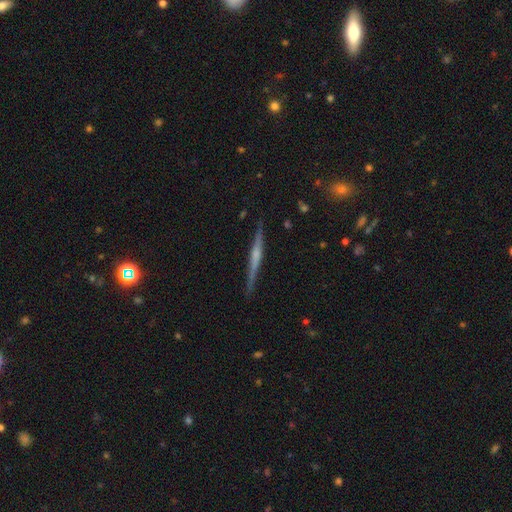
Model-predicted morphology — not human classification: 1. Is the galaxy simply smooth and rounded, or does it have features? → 71% featured or disk, 23% smooth, 6% star or artifact.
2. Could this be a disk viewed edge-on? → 98% yes, 2% no.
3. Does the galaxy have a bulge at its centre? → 51% rounded, 33% none, 15% boxy.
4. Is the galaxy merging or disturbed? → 87% none, 10% minor disturbance, 2% major disturbance, 1% merger.